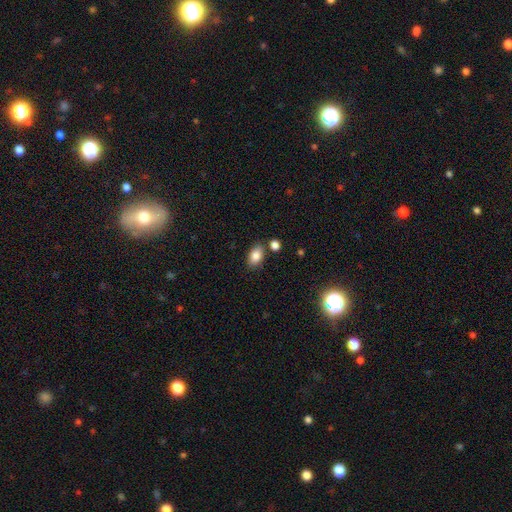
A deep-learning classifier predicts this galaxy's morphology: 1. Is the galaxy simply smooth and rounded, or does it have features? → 85% smooth, 8% star or artifact, 7% featured or disk.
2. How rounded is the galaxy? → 88% in between, 10% round, 2% cigar-shaped.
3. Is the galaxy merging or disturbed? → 77% none, 12% minor disturbance, 8% merger, 3% major disturbance.